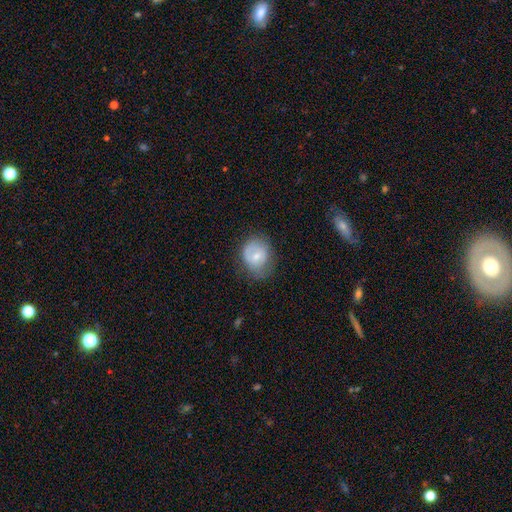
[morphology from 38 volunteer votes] type=smooth (68%); roundness=round (54%); merging=none (56%).